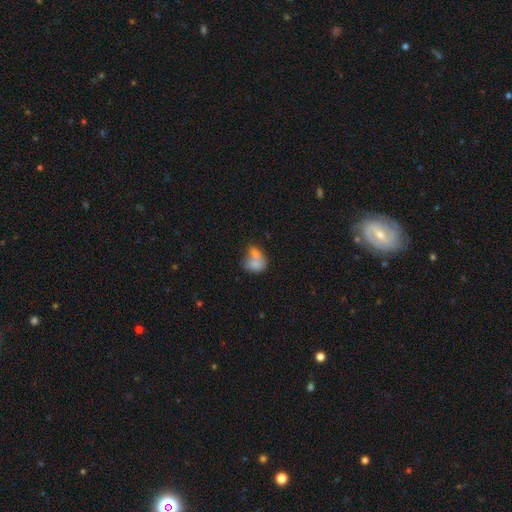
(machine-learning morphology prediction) type=smooth (75%); roundness=in between (60%); merging=merger (62%).